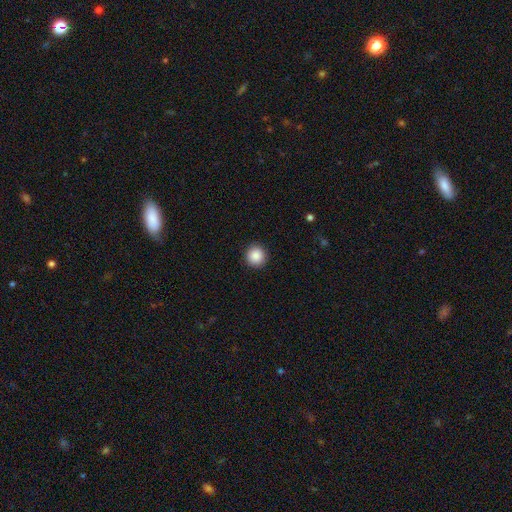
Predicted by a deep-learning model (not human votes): Smooth or featured: smooth — 88% (star or artifact — 9%)
How rounded: round — 95% (in between — 4%)
Merging: none — 92% (minor disturbance — 5%)